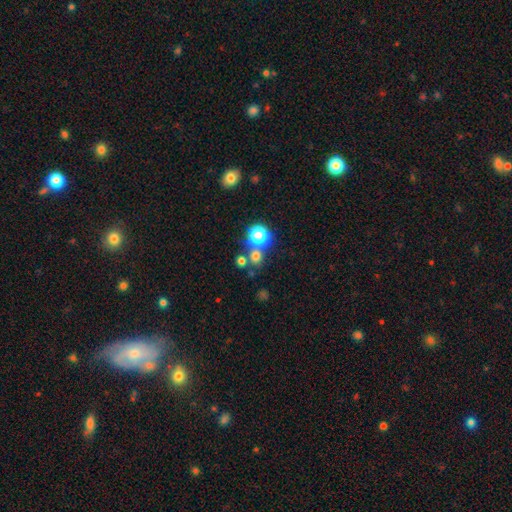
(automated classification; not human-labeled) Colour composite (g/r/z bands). It shows a smooth galaxy with no disk features (68%) that is round (85%). Merging: none (64%).